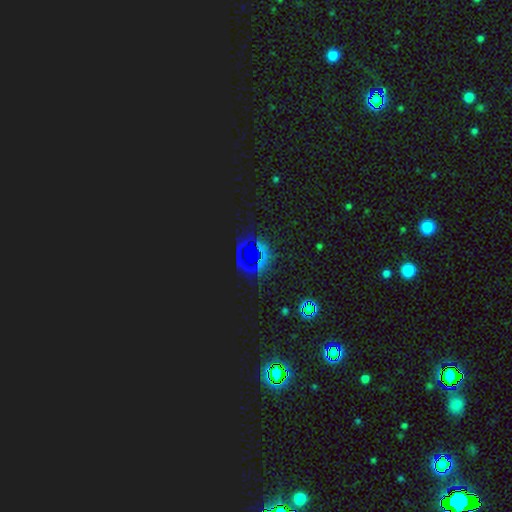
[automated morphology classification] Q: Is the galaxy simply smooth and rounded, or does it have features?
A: star or artifact — 77%.